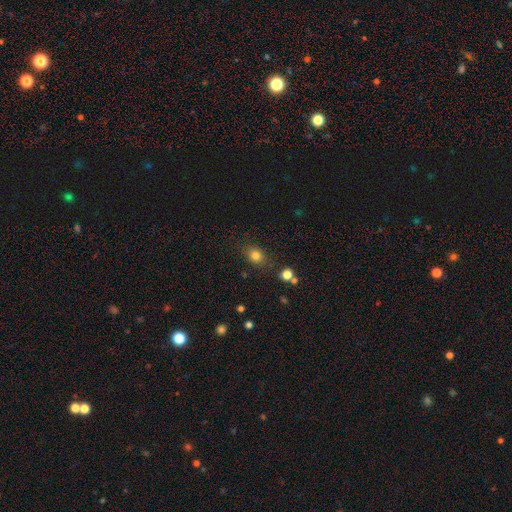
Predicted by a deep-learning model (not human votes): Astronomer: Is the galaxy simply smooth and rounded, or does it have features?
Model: smooth — 79%.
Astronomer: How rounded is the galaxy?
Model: round — 50% (runner-up: in between, 48%).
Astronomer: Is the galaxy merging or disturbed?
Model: none — 80%.